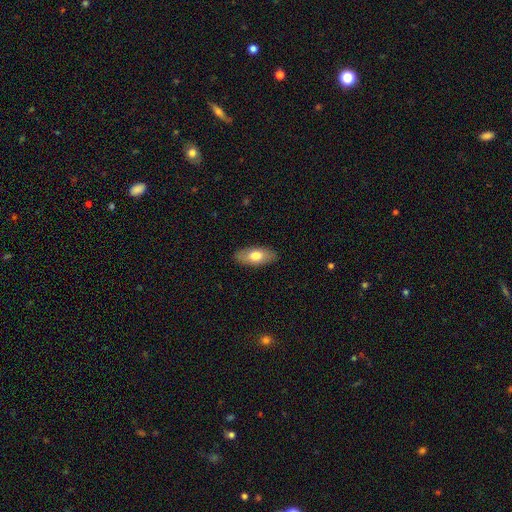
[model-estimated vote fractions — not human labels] The model was most divided on "smooth or featured": smooth: 73%, featured or disk: 21%, star or artifact: 6%. More confident: merging — none (88%); how rounded — in between (85%).